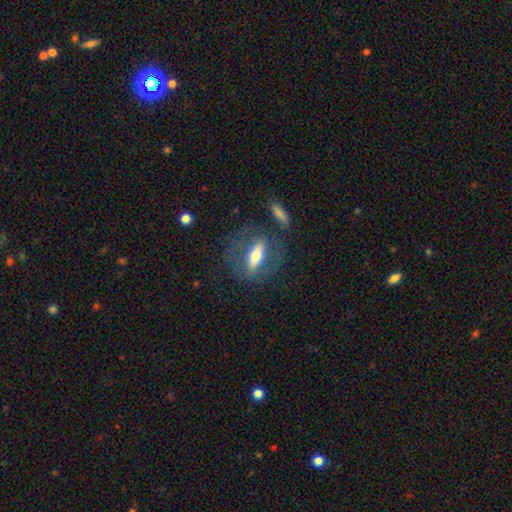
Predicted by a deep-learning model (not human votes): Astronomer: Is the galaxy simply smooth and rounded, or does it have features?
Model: featured or disk — 59%.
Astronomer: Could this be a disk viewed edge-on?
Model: no — 57% (runner-up: yes, 43%).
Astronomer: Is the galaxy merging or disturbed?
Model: none — 68%.